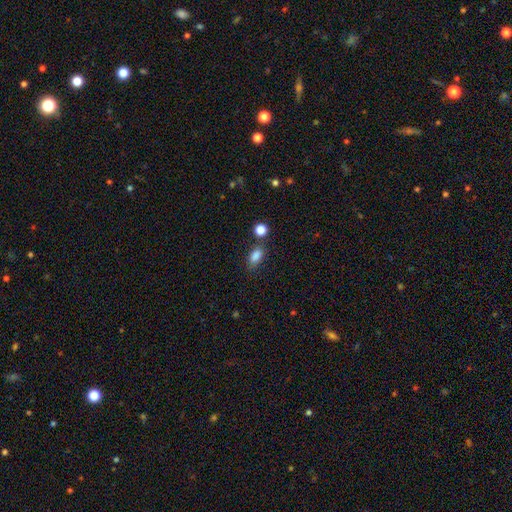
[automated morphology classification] Smooth or featured? smooth (85%)
How rounded? in between (83%)
Merging? none (70%)